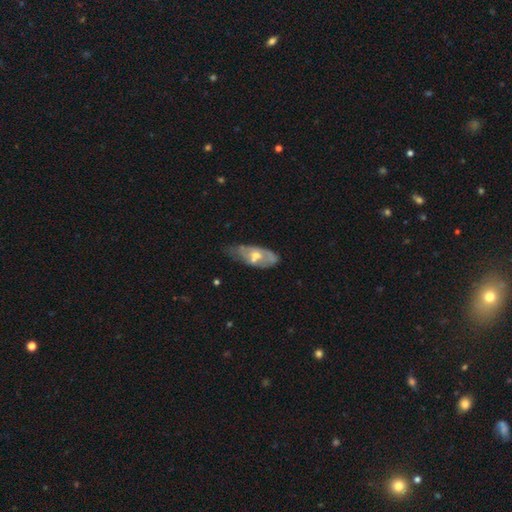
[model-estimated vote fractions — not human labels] A featured or disk galaxy (54%). Merging: minor disturbance (38%).